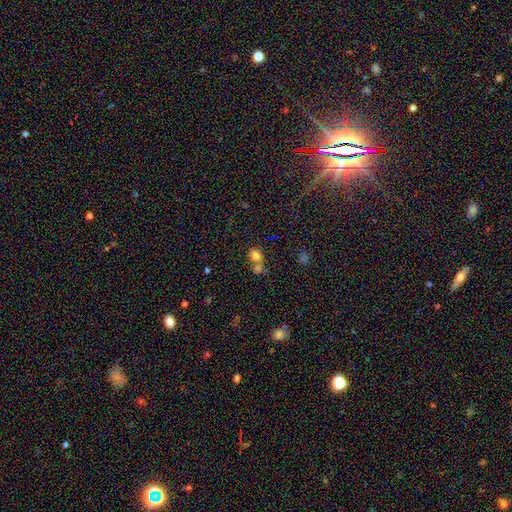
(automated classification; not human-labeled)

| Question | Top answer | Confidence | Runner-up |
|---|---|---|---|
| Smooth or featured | smooth | 78% | star or artifact (13%) |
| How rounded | round | 60% | in between (39%) |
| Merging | merger | 48% | none (40%) |